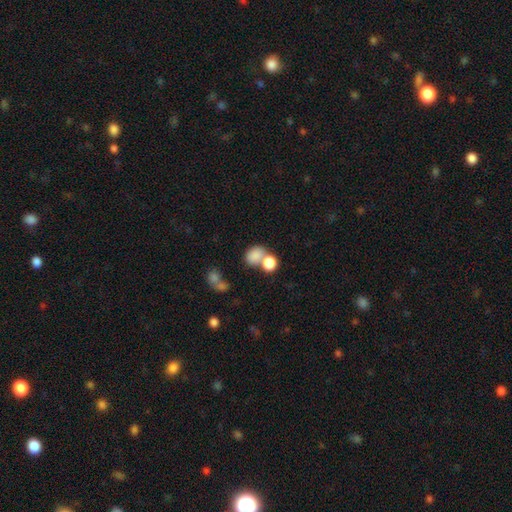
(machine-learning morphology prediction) A smooth galaxy with no disk features (79%) that is in between round and cigar-shaped (54%).

Vote fractions:
- Smooth or featured? smooth: 79% / star or artifact: 11% / featured or disk: 10%
- How rounded? in between: 54% / round: 44% / cigar-shaped: 1%
- Merging? merger: 46% / none: 37% / minor disturbance: 10% / major disturbance: 6%